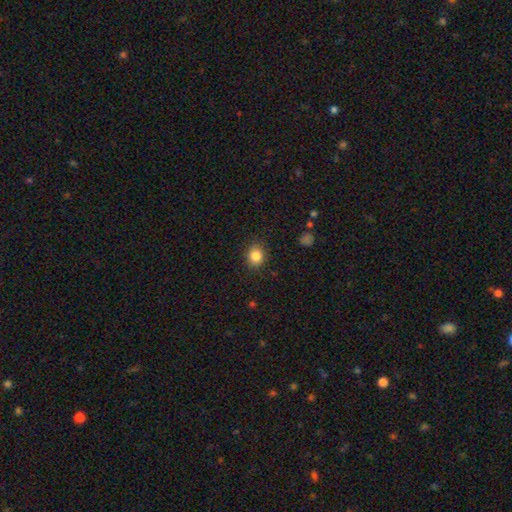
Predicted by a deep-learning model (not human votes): smooth-or-featured: smooth: 84% | star or artifact: 11% | featured or disk: 5%
  how-rounded: round: 72% | in between: 27% | cigar-shaped: 1%
  merging: none: 88% | minor disturbance: 8% | major disturbance: 3% | merger: 1%